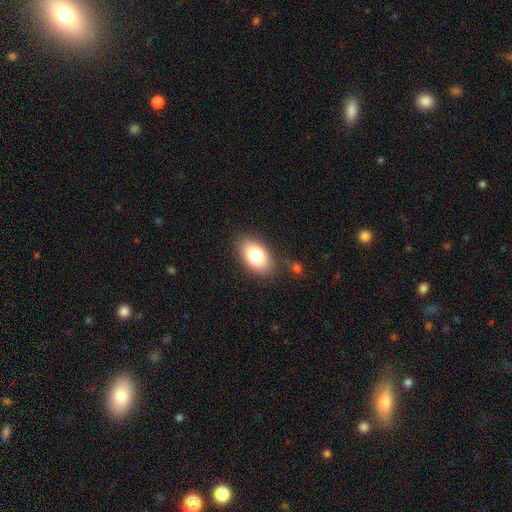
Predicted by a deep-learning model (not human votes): Smooth or featured? Predicted: smooth (p=0.80). How rounded? Predicted: in between (p=0.90). Merging? Predicted: none (p=0.82).